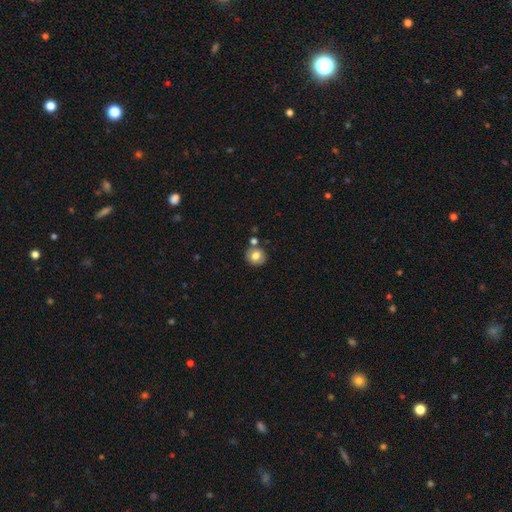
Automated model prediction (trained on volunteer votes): A smooth galaxy with no disk features (75%) that is round (85%). Merging: none (73%).